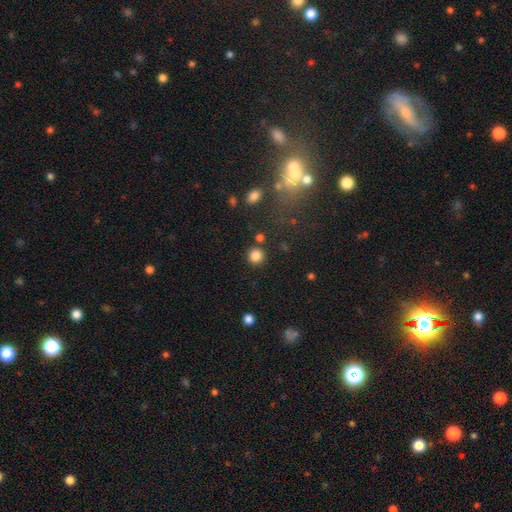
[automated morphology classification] Smooth or featured? smooth (84%)
How rounded? round (93%)
Merging? none (86%)